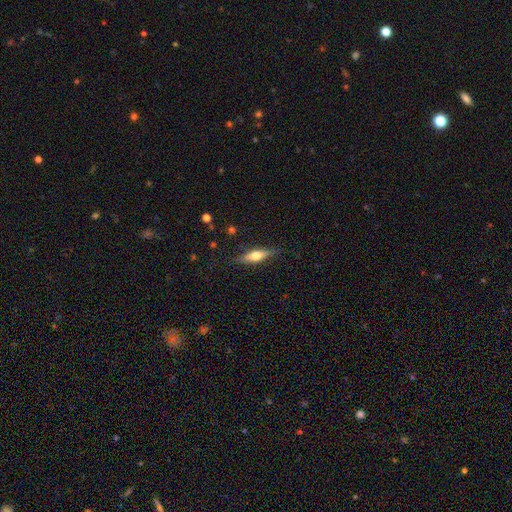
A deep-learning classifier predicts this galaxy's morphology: smooth_or_featured: featured or disk (p=0.49) [alt: smooth p=0.45]
merging: none (p=0.84) [alt: minor disturbance p=0.12]